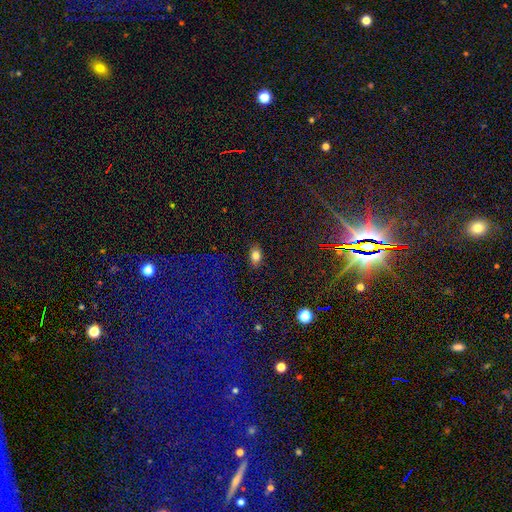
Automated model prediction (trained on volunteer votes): Morphology: type=smooth (79%); roundness=in between (86%); merging=none (86%).